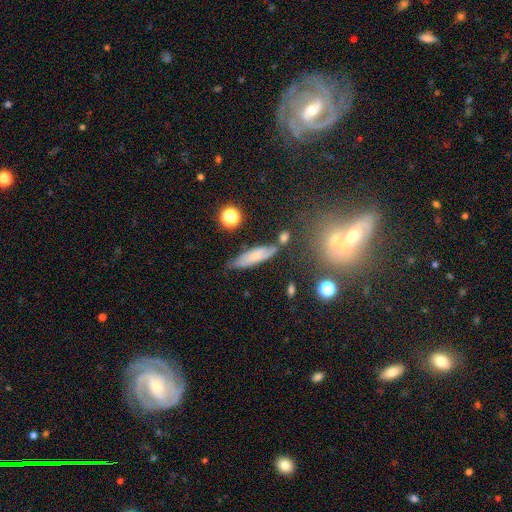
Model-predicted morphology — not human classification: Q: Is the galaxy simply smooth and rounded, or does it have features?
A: smooth — 60%.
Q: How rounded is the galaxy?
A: cigar-shaped — 66%.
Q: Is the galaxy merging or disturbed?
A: none — 69%.